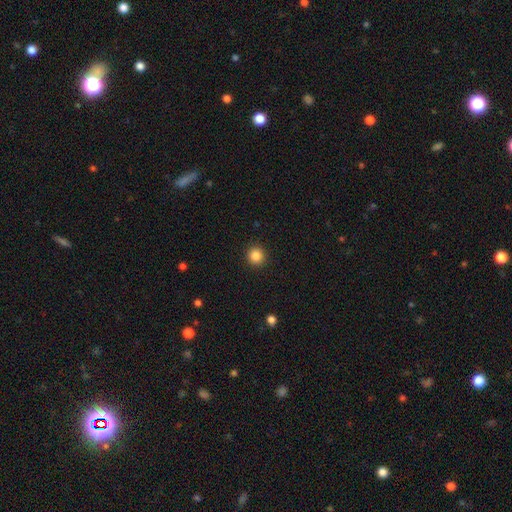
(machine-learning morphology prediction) Q: Smooth or featured?
A: smooth (86%); runner-up: star or artifact (11%)
Q: How rounded?
A: round (93%); runner-up: in between (6%)
Q: Merging?
A: none (92%); runner-up: minor disturbance (5%)